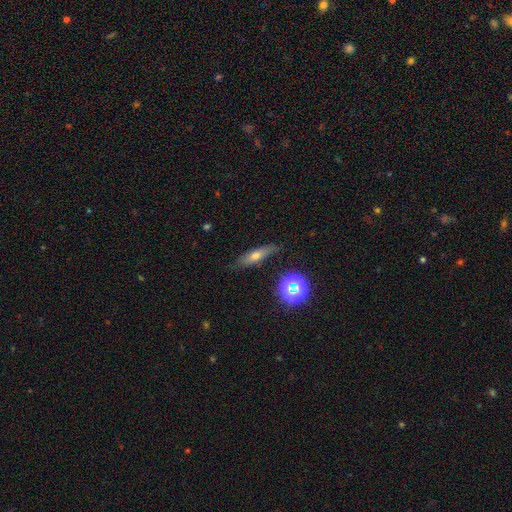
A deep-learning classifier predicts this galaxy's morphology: A smooth galaxy with no disk features (55%) that is cigar-shaped (61%). Merging: none (75%).